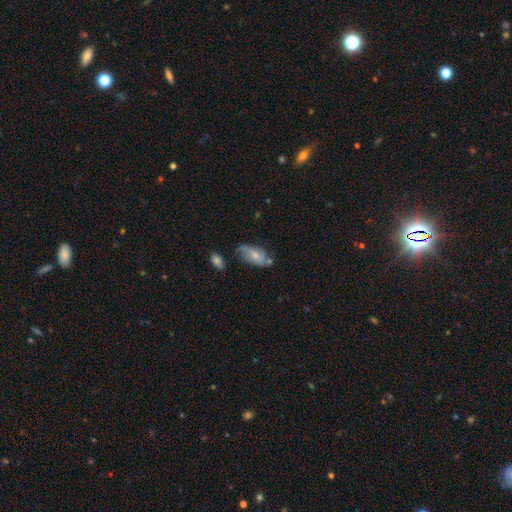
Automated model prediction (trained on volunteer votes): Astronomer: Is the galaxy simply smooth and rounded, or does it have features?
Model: smooth — 48% (runner-up: featured or disk, 45%).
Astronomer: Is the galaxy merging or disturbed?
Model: none — 52% (runner-up: minor disturbance, 29%).